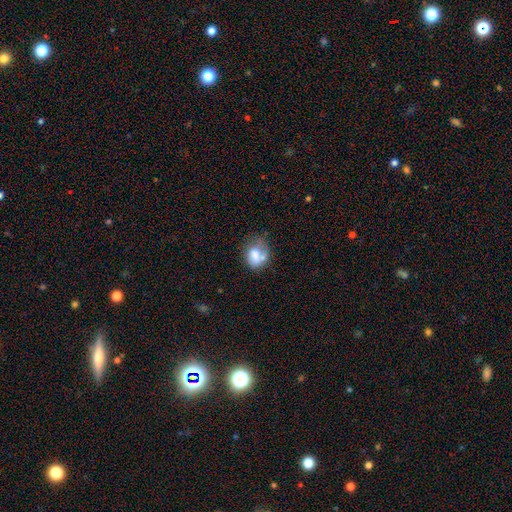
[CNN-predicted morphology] This is likely a smooth galaxy (65%). How rounded: possibly in between (54%). Merging: marginally none (36%).